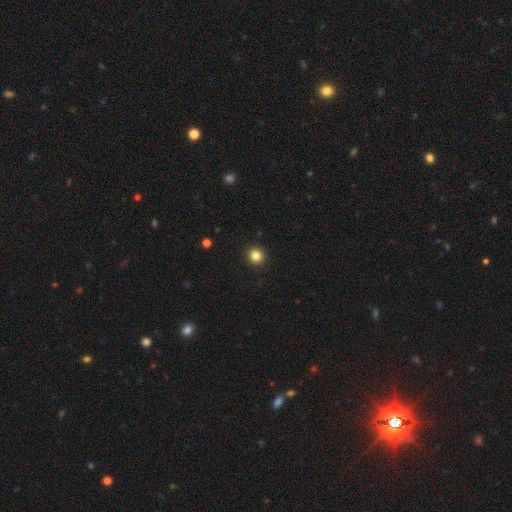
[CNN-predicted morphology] Q: Smooth or featured?
A: smooth (83%); runner-up: star or artifact (12%)
Q: How rounded?
A: round (94%); runner-up: in between (5%)
Q: Merging?
A: none (93%); runner-up: minor disturbance (4%)